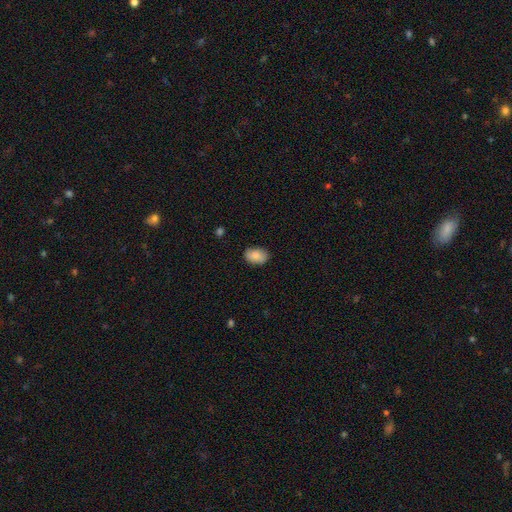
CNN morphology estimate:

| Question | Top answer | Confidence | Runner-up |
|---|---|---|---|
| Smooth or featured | smooth | 85% | featured or disk (8%) |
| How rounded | in between | 84% | round (14%) |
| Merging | none | 82% | minor disturbance (14%) |